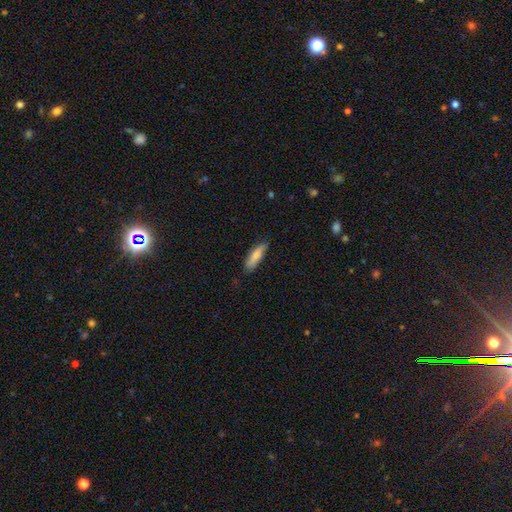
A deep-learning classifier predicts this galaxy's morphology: Smooth or featured?
  - smooth: 81% *
  - featured or disk: 14%
  - star or artifact: 6%
How rounded?
  - cigar-shaped: 63% *
  - in between: 36%
  - round: 2%
Merging?
  - none: 77% *
  - minor disturbance: 18%
  - major disturbance: 3%
  - merger: 1%